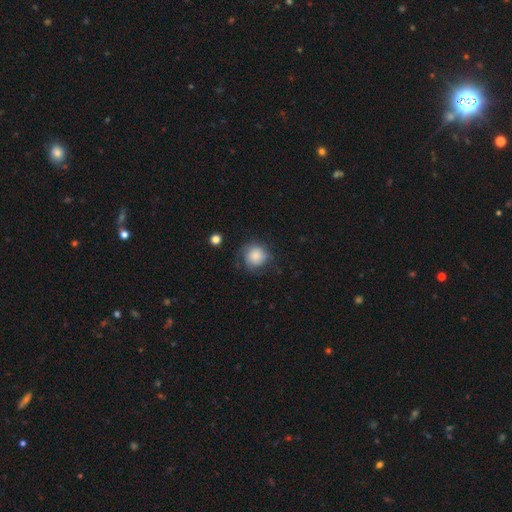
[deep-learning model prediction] A smooth galaxy with no disk features (77%) that is round (87%).

Vote fractions:
- Smooth or featured? smooth: 77% / featured or disk: 15% / star or artifact: 9%
- How rounded? round: 87% / in between: 12% / cigar-shaped: 1%
- Merging? none: 64% / minor disturbance: 23% / major disturbance: 11% / merger: 2%